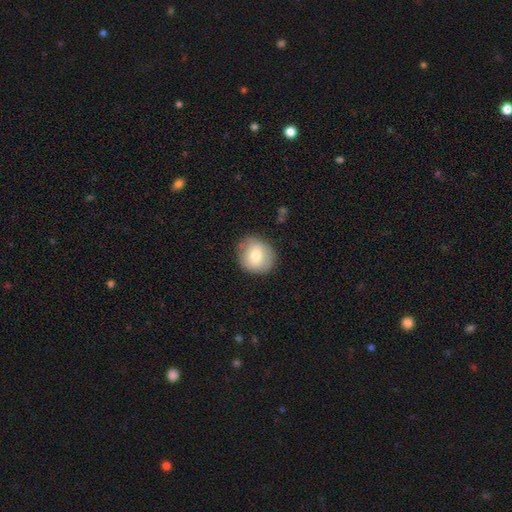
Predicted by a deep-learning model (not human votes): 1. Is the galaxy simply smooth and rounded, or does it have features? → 74% smooth, 18% featured or disk, 8% star or artifact.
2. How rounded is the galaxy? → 82% round, 17% in between, 1% cigar-shaped.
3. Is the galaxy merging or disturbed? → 82% none, 13% minor disturbance, 3% major disturbance, 1% merger.